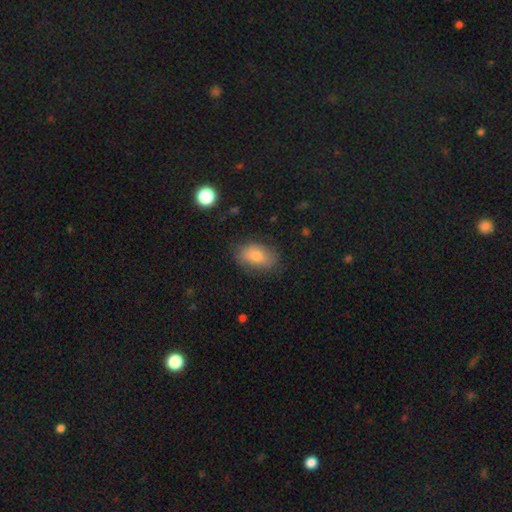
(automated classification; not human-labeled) This is likely a smooth galaxy (77%). How rounded: clearly in between (88%). Merging: likely none (78%).